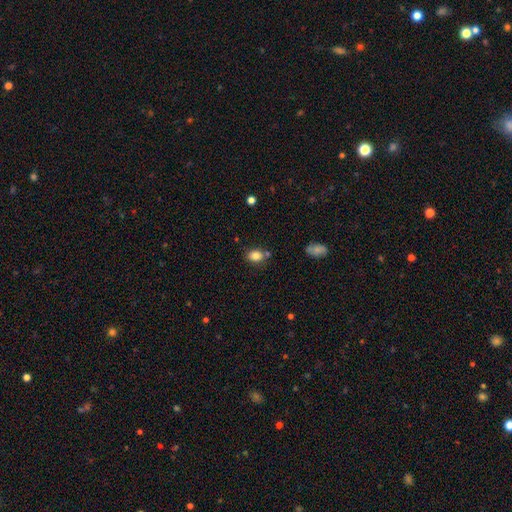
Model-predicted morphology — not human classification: This appears to be a smooth galaxy with no disk features (83%) that is in between round and cigar-shaped (62%). Merging: none (72%).